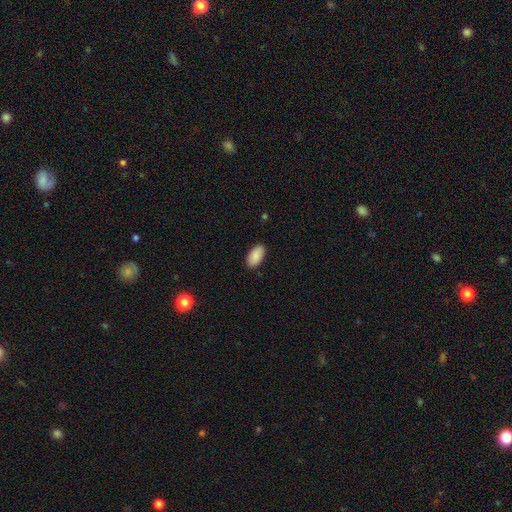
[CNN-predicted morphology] smooth-or-featured: smooth: 90% | star or artifact: 6% | featured or disk: 4%
  how-rounded: in between: 95% | cigar-shaped: 3% | round: 2%
  merging: none: 89% | minor disturbance: 8% | major disturbance: 2% | merger: 1%